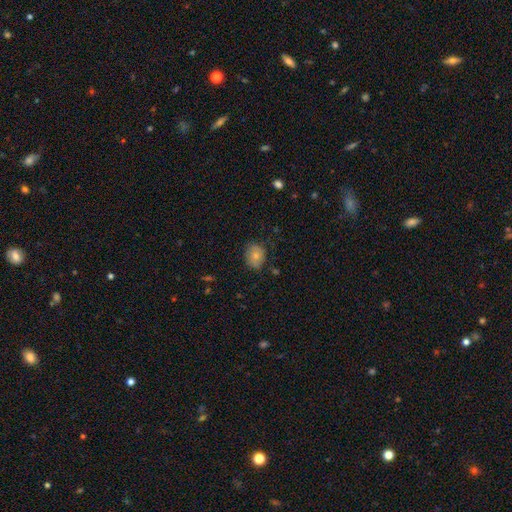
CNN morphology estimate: Smooth or featured?
  - smooth: 76% *
  - featured or disk: 15%
  - star or artifact: 9%
How rounded?
  - round: 55% *
  - in between: 44%
  - cigar-shaped: 1%
Merging?
  - none: 73% *
  - minor disturbance: 22%
  - major disturbance: 4%
  - merger: 1%